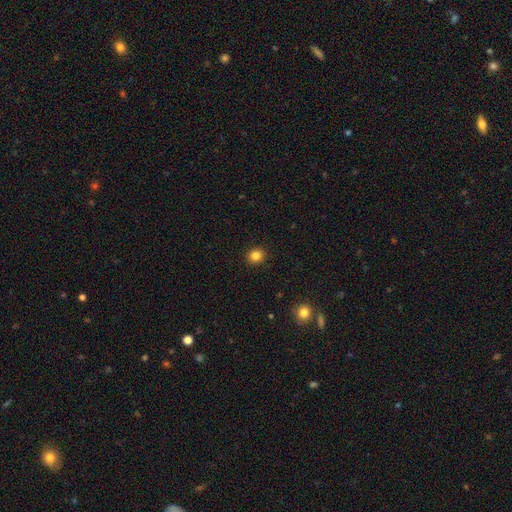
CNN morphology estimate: Smooth or featured? smooth (83%)
How rounded? round (87%)
Merging? none (92%)